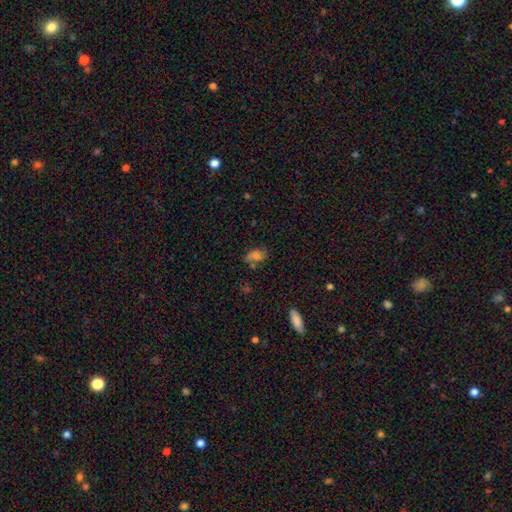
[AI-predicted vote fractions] This is possibly a smooth galaxy (58%). How rounded: clearly in between (81%). Merging: possibly none (58%).